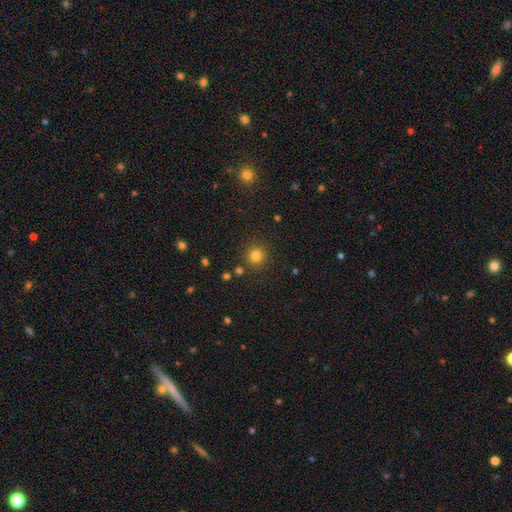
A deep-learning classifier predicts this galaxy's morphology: smooth-or-featured: smooth: 80% | star or artifact: 15% | featured or disk: 6%
  how-rounded: round: 93% | in between: 6% | cigar-shaped: 1%
  merging: none: 87% | minor disturbance: 7% | merger: 3% | major disturbance: 3%